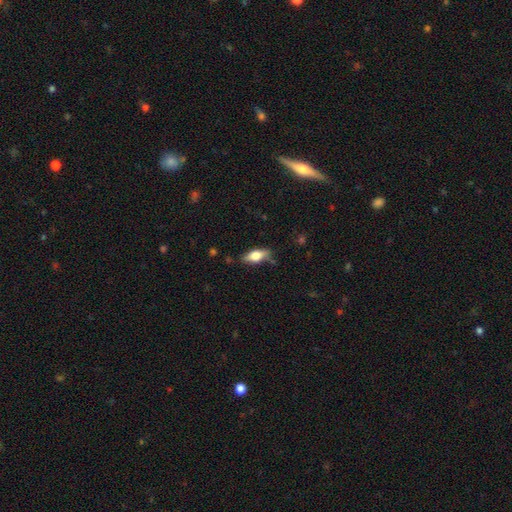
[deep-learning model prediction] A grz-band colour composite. It shows a smooth galaxy with no disk features (57%) that is in between round and cigar-shaped (75%). Merging: none (72%).